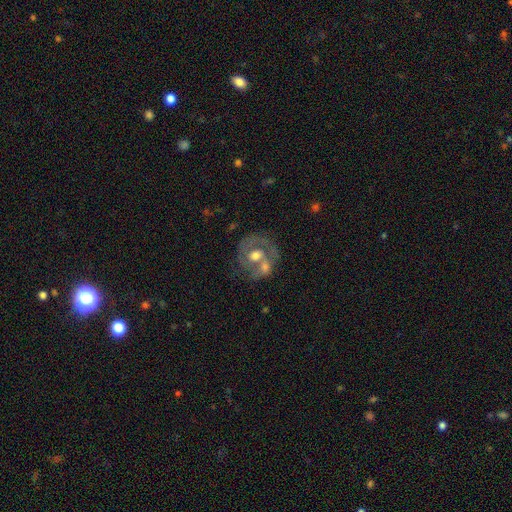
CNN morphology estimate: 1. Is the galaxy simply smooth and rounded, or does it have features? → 68% featured or disk, 26% smooth, 6% star or artifact.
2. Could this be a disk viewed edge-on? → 97% no, 3% yes.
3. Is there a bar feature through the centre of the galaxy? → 71% no, 24% weak, 5% strong.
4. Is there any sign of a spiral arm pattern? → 62% yes, 38% no.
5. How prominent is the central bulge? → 71% moderate, 15% large, 10% small, 2% none, 1% dominant.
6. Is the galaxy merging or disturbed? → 40% merger, 36% none, 14% minor disturbance, 10% major disturbance.